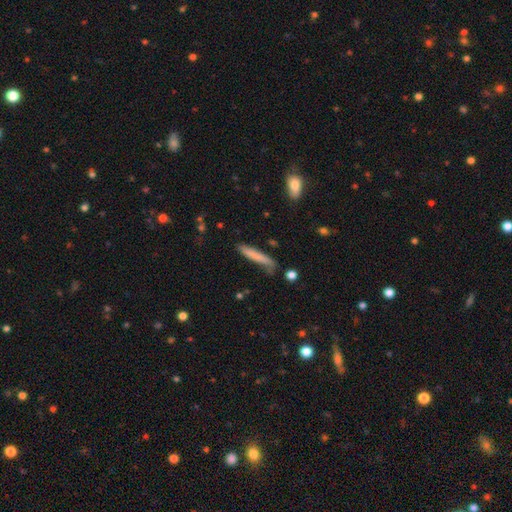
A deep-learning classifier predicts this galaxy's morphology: Smooth or featured? smooth (75%)
How rounded? cigar-shaped (93%)
Merging? none (73%)